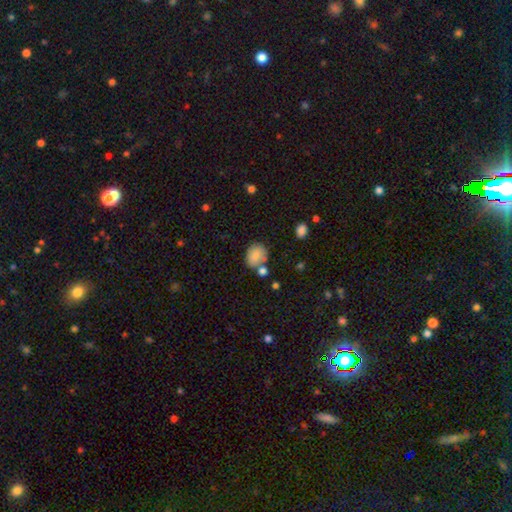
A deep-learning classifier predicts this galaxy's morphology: Smooth or featured? Predicted: smooth (p=0.83). How rounded? Predicted: in between (p=0.50). Merging? Predicted: none (p=0.59).